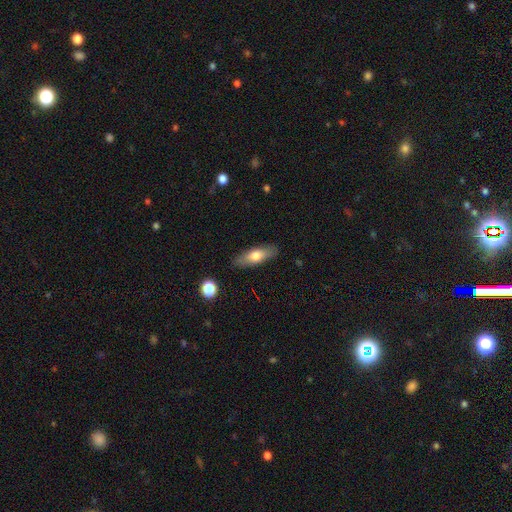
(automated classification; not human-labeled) Smooth or featured: smooth — 66% (featured or disk — 28%)
How rounded: in between — 54% (cigar-shaped — 43%)
Merging: none — 86% (minor disturbance — 10%)